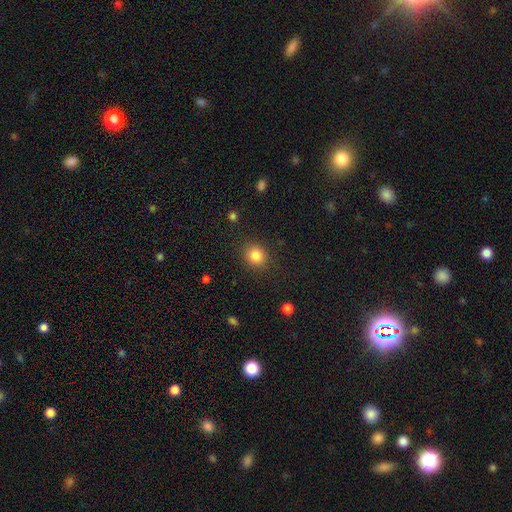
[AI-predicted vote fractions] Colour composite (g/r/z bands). It shows a smooth galaxy with no disk features (84%) that is round (78%). Merging: none (88%).